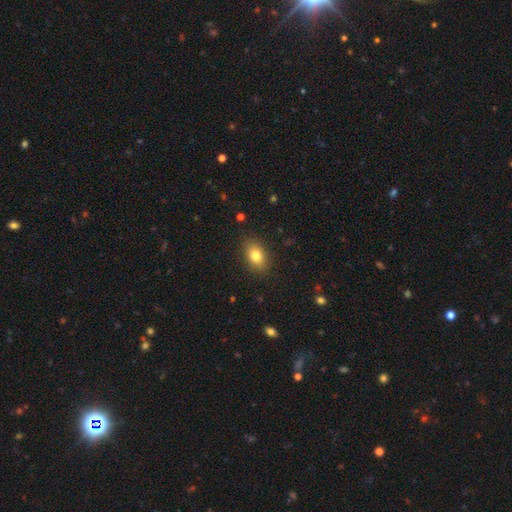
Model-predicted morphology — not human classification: This is clearly a smooth galaxy (80%). How rounded: clearly in between (80%). Merging: clearly none (86%).